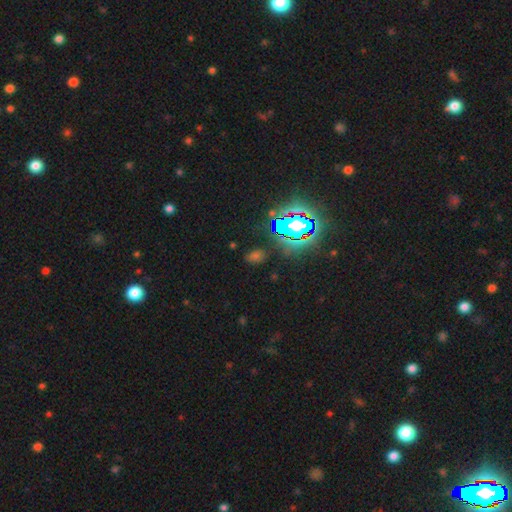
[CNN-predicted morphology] A star or artifact, not a galaxy (54%).

Vote fractions:
- Smooth or featured? star or artifact: 54% / smooth: 35% / featured or disk: 11%